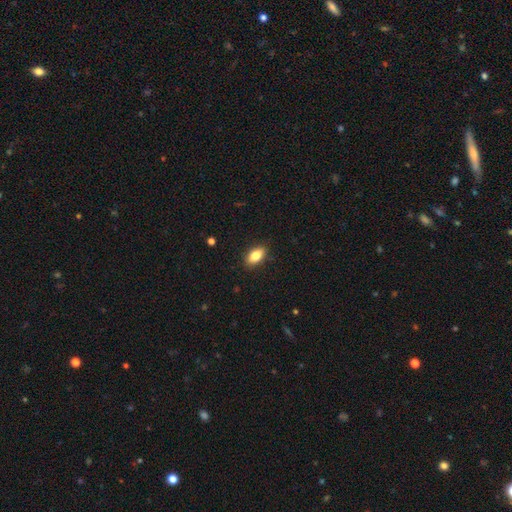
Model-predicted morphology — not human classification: A smooth galaxy with no disk features (81%) that is in between round and cigar-shaped (89%).

Vote fractions:
- Smooth or featured? smooth: 81% / featured or disk: 11% / star or artifact: 7%
- How rounded? in between: 89% / cigar-shaped: 6% / round: 5%
- Merging? none: 88% / minor disturbance: 9% / major disturbance: 2% / merger: 1%